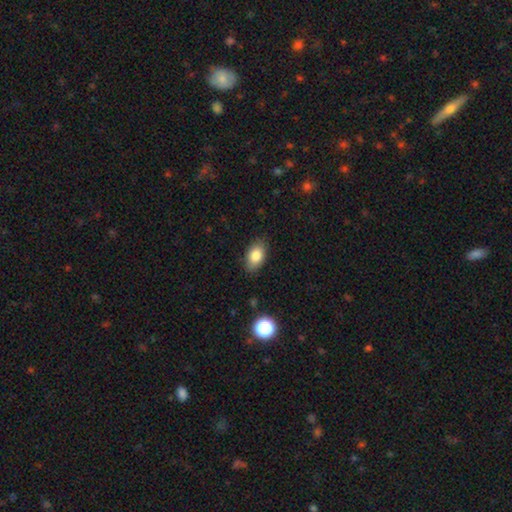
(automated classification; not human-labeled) Smooth or featured: smooth — 83% (featured or disk — 8%)
How rounded: in between — 90% (round — 9%)
Merging: none — 83% (minor disturbance — 13%)